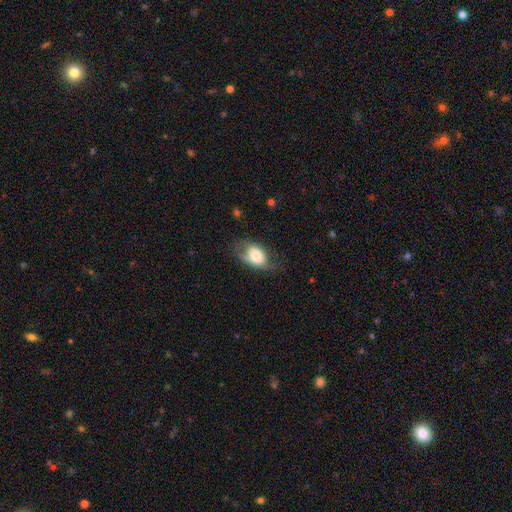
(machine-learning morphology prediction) smooth_or_featured: smooth (p=0.66) [alt: featured or disk p=0.27]
how_rounded: in between (p=0.84) [alt: round p=0.14]
merging: none (p=0.47) [alt: minor disturbance p=0.31]